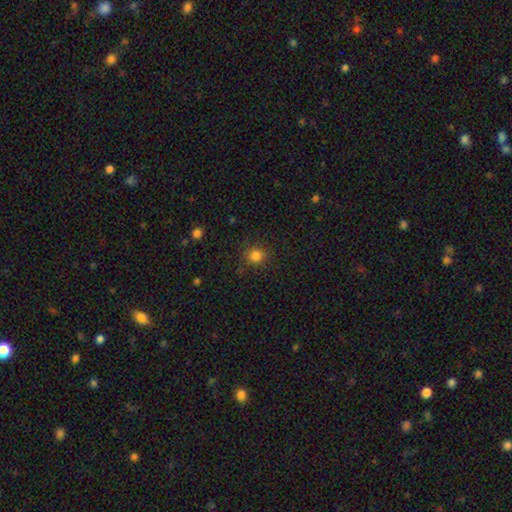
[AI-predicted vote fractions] Smooth or featured? Predicted: smooth (p=0.83). How rounded? Predicted: round (p=0.90). Merging? Predicted: none (p=0.86).